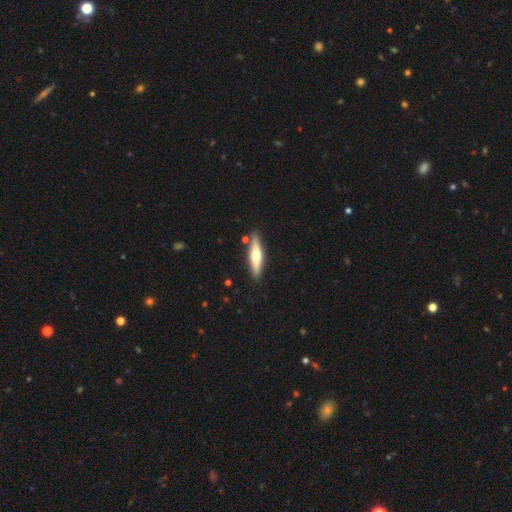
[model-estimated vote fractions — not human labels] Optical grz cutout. It shows a featured or disk galaxy (53%) viewed edge-on (93%). Merging: none (86%).